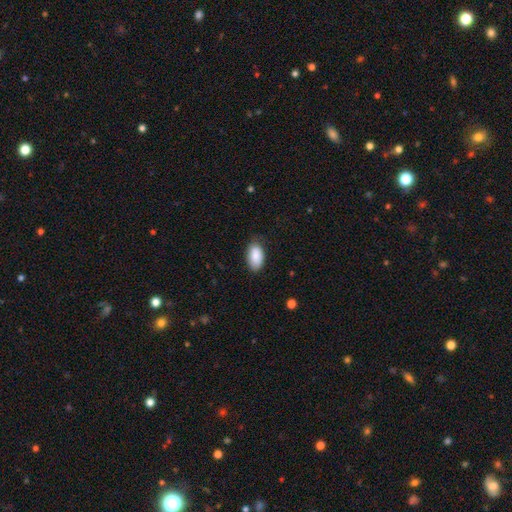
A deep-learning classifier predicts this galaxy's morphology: smooth-or-featured: smooth: 89% | star or artifact: 6% | featured or disk: 5%
  how-rounded: in between: 95% | round: 3% | cigar-shaped: 2%
  merging: none: 76% | minor disturbance: 19% | major disturbance: 3% | merger: 1%